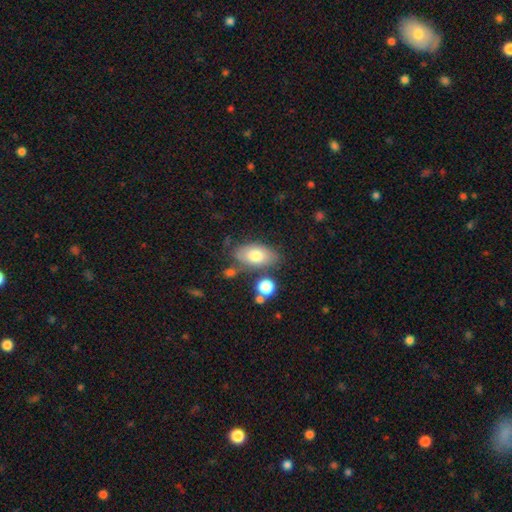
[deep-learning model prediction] The model was most divided on "merging": none: 65%, minor disturbance: 19%, merger: 9%, major disturbance: 7%. More confident: how rounded — in between (91%); smooth or featured — smooth (73%).